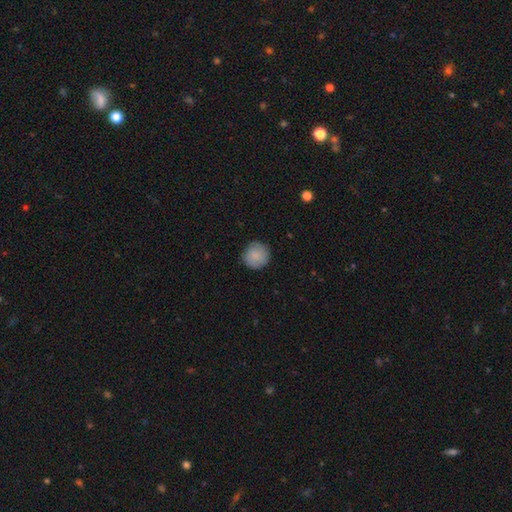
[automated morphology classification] Smooth or featured?
  - smooth: 86% *
  - featured or disk: 8%
  - star or artifact: 7%
How rounded?
  - round: 94% *
  - in between: 5%
  - cigar-shaped: 1%
Merging?
  - none: 86% *
  - minor disturbance: 11%
  - major disturbance: 2%
  - merger: 1%